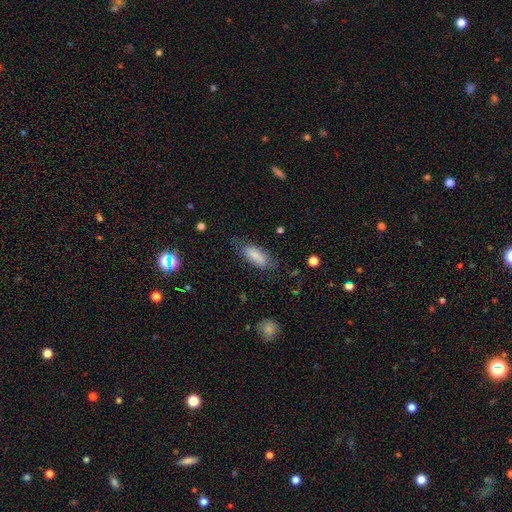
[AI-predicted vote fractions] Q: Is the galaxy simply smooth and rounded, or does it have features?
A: smooth — 81%.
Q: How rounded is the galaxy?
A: in between — 72%.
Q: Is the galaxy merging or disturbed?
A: none — 69%.